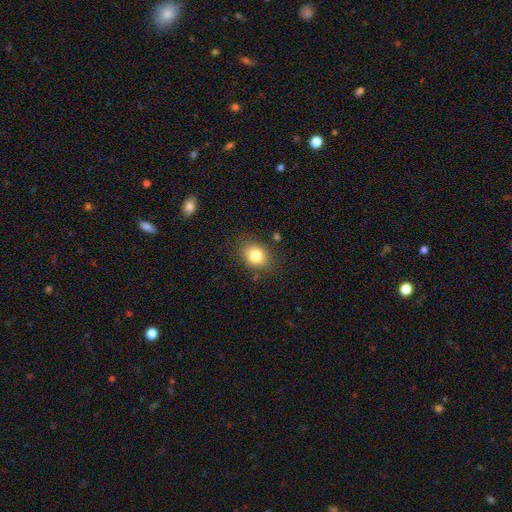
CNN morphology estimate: A smooth galaxy with no disk features (82%) that is in between round and cigar-shaped (50%). Merging: none (80%).